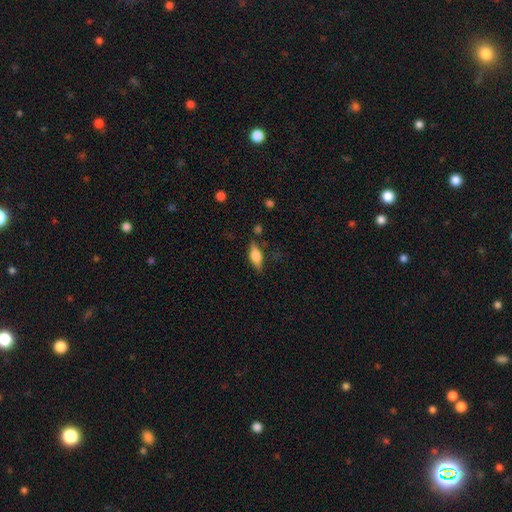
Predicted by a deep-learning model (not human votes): Smooth or featured? smooth (60%)
How rounded? in between (72%)
Merging? none (74%)